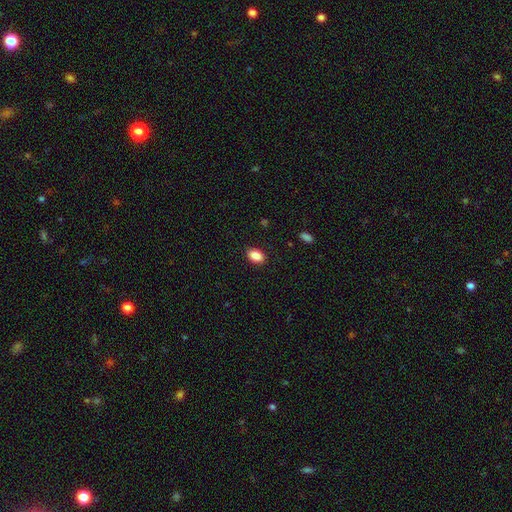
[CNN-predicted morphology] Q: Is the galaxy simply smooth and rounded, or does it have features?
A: smooth — 88%.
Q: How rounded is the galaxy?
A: in between — 87%.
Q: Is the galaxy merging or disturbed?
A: none — 89%.